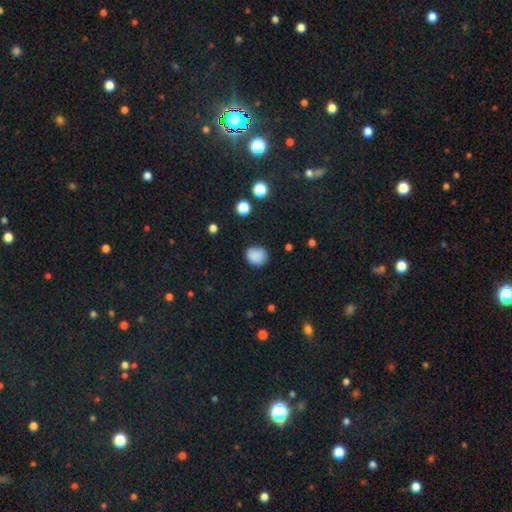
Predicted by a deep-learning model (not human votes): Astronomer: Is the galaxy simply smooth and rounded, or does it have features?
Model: smooth — 87%.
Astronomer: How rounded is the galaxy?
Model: round — 72%.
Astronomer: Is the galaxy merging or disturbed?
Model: none — 84%.